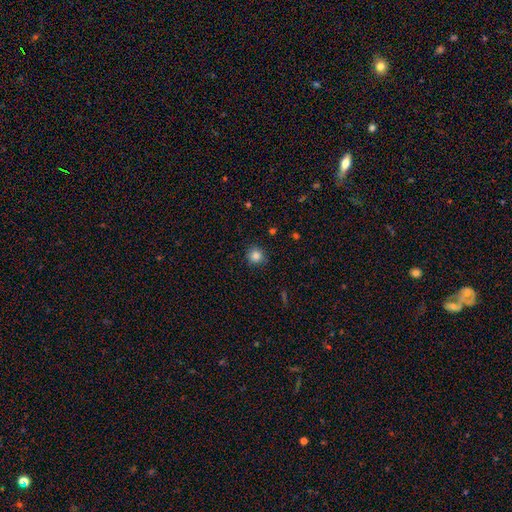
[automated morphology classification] type=smooth (84%); roundness=round (93%); merging=none (88%).